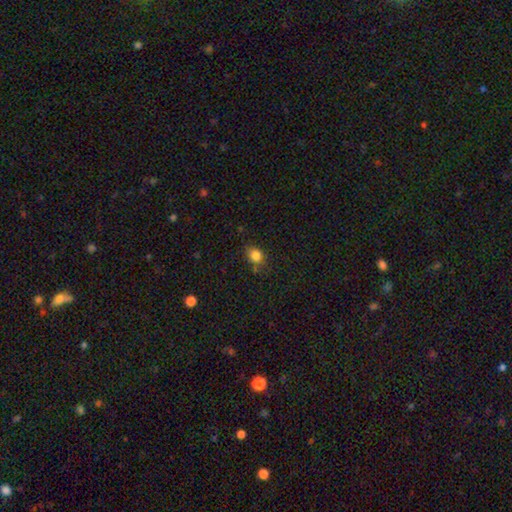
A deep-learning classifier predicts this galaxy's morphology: Smooth or featured? smooth (83%)
How rounded? in between (52%)
Merging? none (72%)